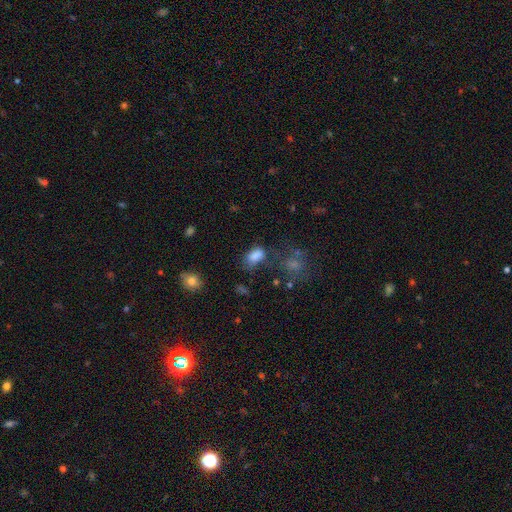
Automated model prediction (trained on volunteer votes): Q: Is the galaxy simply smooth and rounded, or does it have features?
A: smooth — 81%.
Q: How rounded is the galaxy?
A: in between — 86%.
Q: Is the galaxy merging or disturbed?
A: none — 48%.